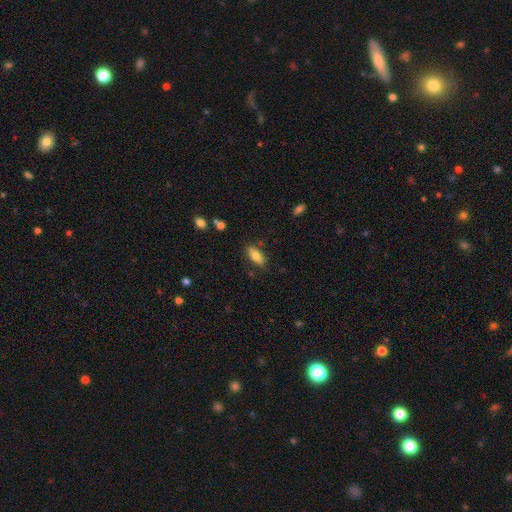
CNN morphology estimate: smooth-or-featured: smooth: 77% | featured or disk: 16% | star or artifact: 7%
  how-rounded: in between: 81% | cigar-shaped: 16% | round: 3%
  merging: none: 83% | minor disturbance: 13% | major disturbance: 3% | merger: 2%